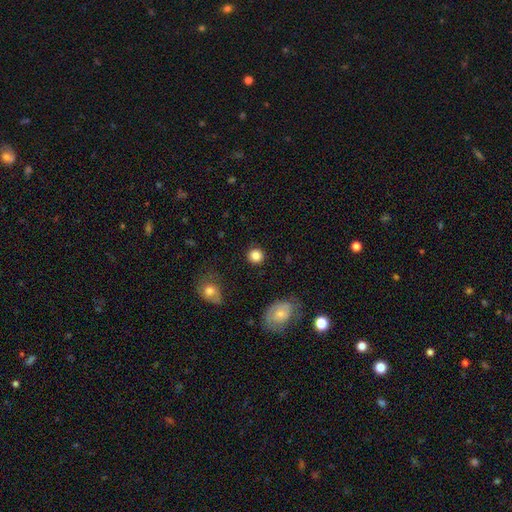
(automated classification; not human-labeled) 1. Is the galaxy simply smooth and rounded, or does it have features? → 85% smooth, 9% star or artifact, 6% featured or disk.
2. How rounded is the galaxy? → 92% round, 7% in between, 1% cigar-shaped.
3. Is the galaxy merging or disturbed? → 89% none, 7% minor disturbance, 3% major disturbance, 2% merger.